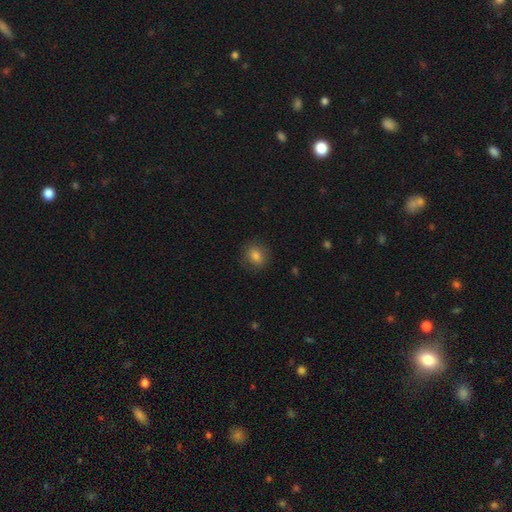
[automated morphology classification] smooth_or_featured: smooth (p=0.80) [alt: star or artifact p=0.11]
how_rounded: round (p=0.66) [alt: in between p=0.32]
merging: none (p=0.84) [alt: minor disturbance p=0.11]